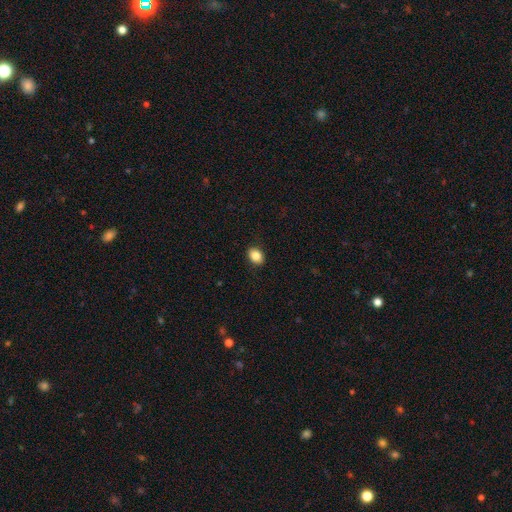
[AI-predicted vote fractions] This appears to be a smooth galaxy with no disk features (86%) that is in between round and cigar-shaped (68%). Merging: none (90%).